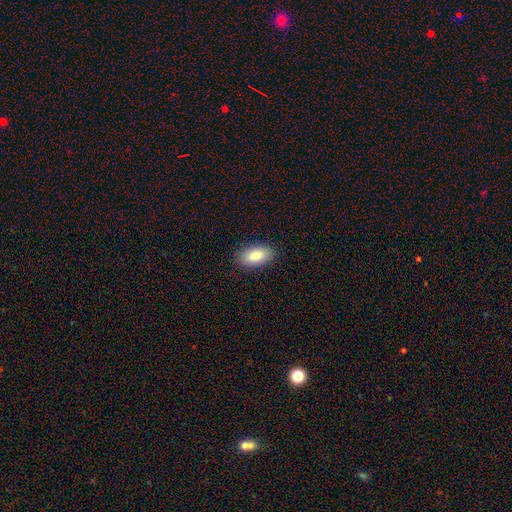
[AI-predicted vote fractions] Morphology: type=smooth (87%); roundness=in between (93%); merging=none (88%).